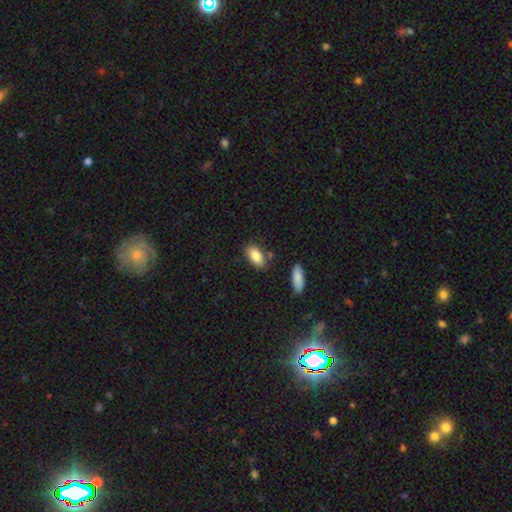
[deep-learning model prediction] Overall: smooth (85%). How rounded: in between (91%). Merging: none (76%).